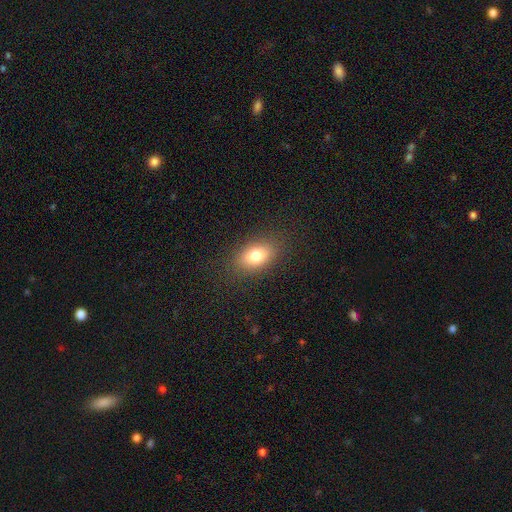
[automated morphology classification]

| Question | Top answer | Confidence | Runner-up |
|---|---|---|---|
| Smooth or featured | smooth | 79% | featured or disk (11%) |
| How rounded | in between | 83% | round (14%) |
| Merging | none | 86% | minor disturbance (10%) |